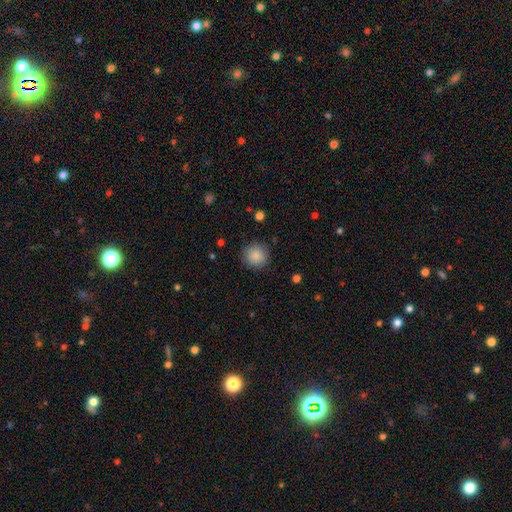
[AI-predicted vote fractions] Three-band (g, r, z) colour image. It shows a smooth galaxy with no disk features (88%) that is round (94%). Merging: none (89%).